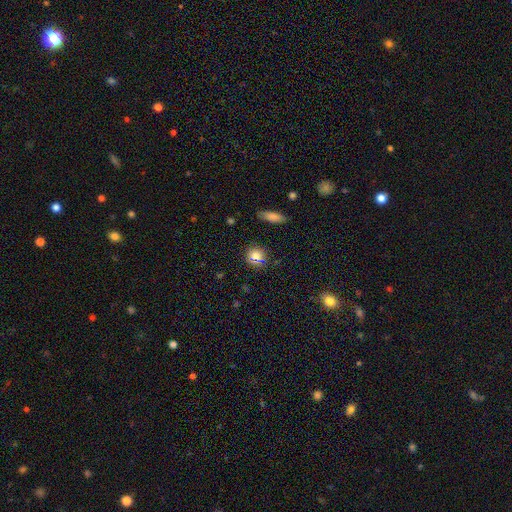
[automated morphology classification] smooth_or_featured: smooth (p=0.70) [alt: star or artifact p=0.22]
how_rounded: round (p=0.87) [alt: in between p=0.11]
merging: none (p=0.84) [alt: minor disturbance p=0.09]